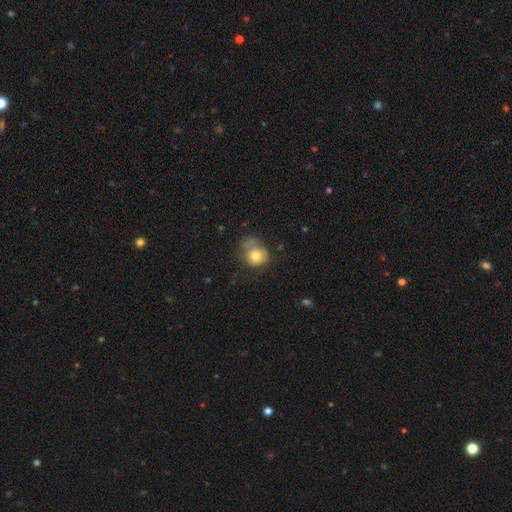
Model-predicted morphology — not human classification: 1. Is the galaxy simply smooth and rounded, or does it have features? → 75% smooth, 16% featured or disk, 10% star or artifact.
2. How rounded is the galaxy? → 74% round, 25% in between, 1% cigar-shaped.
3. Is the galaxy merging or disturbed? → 44% none, 27% minor disturbance, 17% major disturbance, 12% merger.